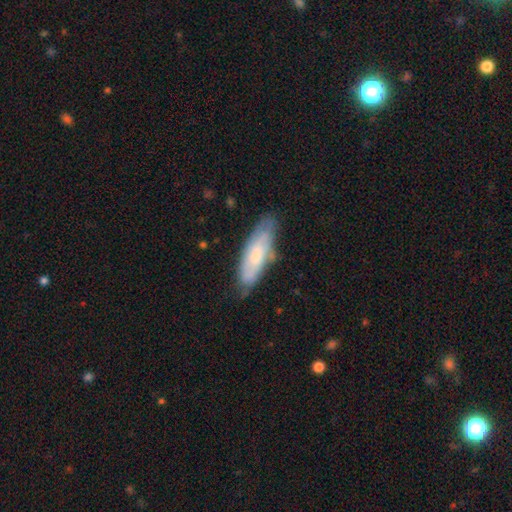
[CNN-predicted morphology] Smooth or featured: smooth — 55% (featured or disk — 39%)
How rounded: in between — 58% (cigar-shaped — 41%)
Merging: none — 67% (minor disturbance — 26%)